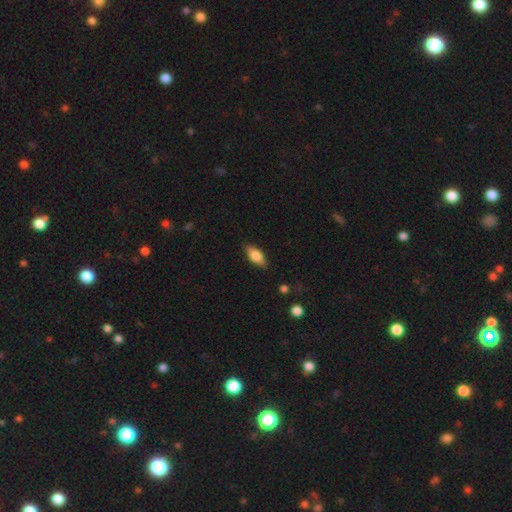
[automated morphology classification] Smooth or featured? smooth (72%)
How rounded? in between (83%)
Merging? none (85%)